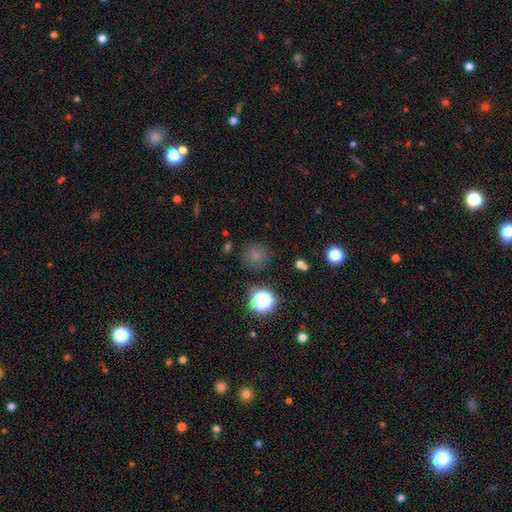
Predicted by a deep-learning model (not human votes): smooth_or_featured: smooth (p=0.73) [alt: star or artifact p=0.20]
how_rounded: round (p=0.93) [alt: in between p=0.06]
merging: none (p=0.84) [alt: minor disturbance p=0.10]